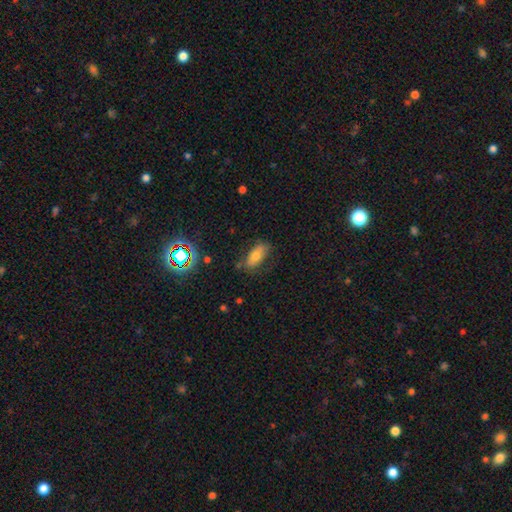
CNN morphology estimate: Smooth or featured? smooth (66%)
How rounded? in between (81%)
Merging? none (70%)